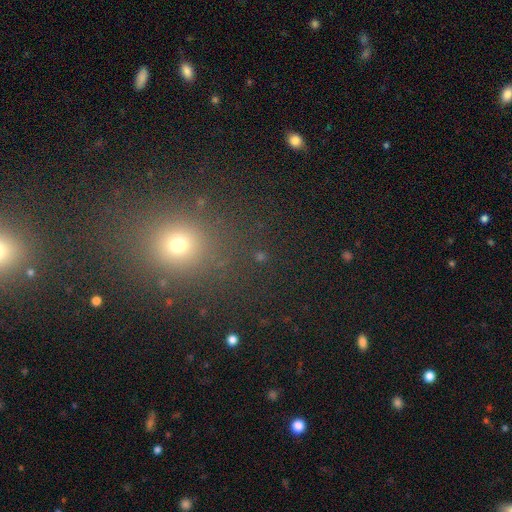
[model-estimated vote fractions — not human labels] This is possibly a smooth galaxy (54%). How rounded: likely round (71%). Merging: clearly none (85%).